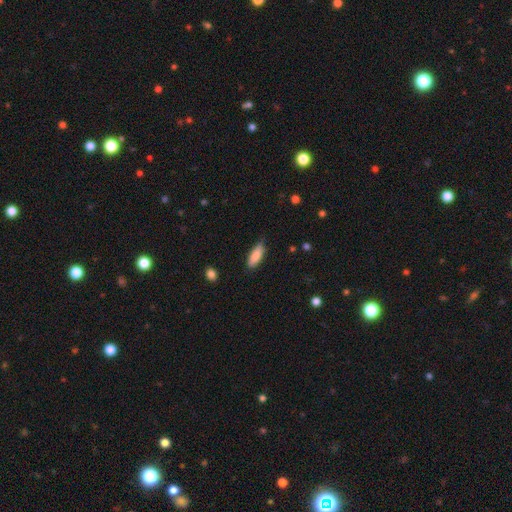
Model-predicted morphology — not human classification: smooth-or-featured: smooth: 84% | featured or disk: 10% | star or artifact: 6%
  how-rounded: in between: 66% | cigar-shaped: 32% | round: 2%
  merging: none: 77% | minor disturbance: 19% | major disturbance: 3% | merger: 1%